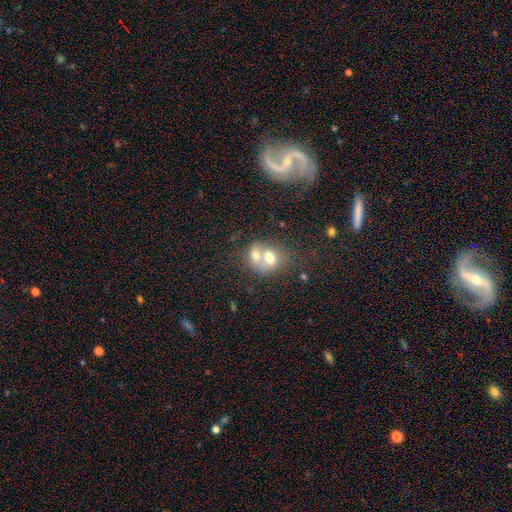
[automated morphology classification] A smooth galaxy with no disk features (64%) that is round (54%). Merging: merger (72%).